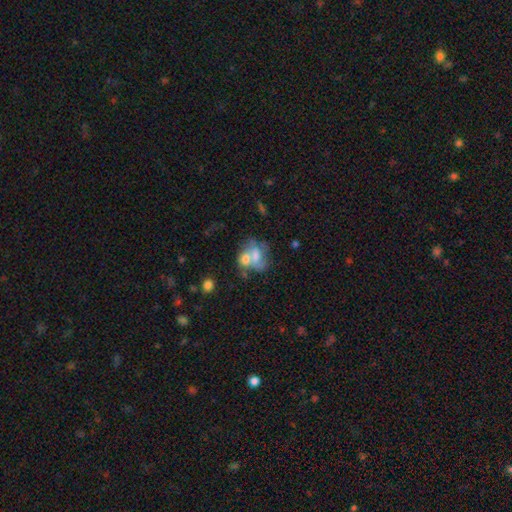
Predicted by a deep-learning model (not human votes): Smooth or featured? smooth (54%)
How rounded? in between (68%)
Merging? merger (59%)